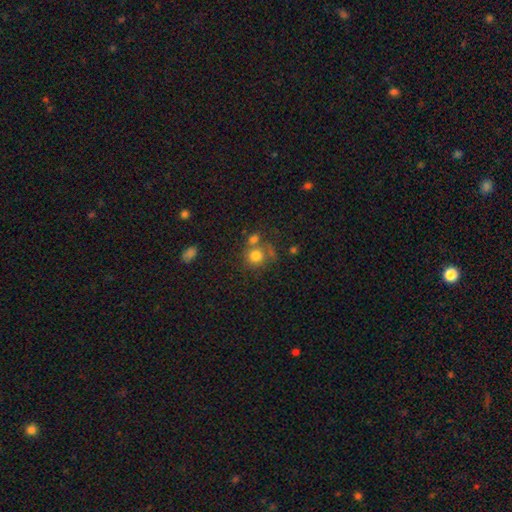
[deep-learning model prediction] smooth 77%, star or artifact 12%, featured or disk 11%. Down the decision tree: how rounded — round (86%); merging — none (54%).